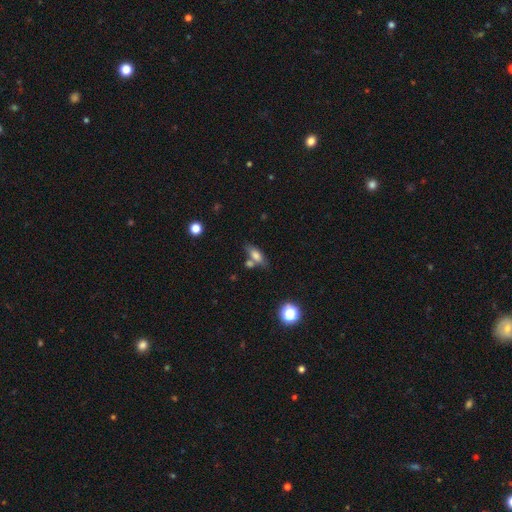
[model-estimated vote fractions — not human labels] Overall: smooth (71%). How rounded: in between (73%). Merging: none (55%; merger 25%).